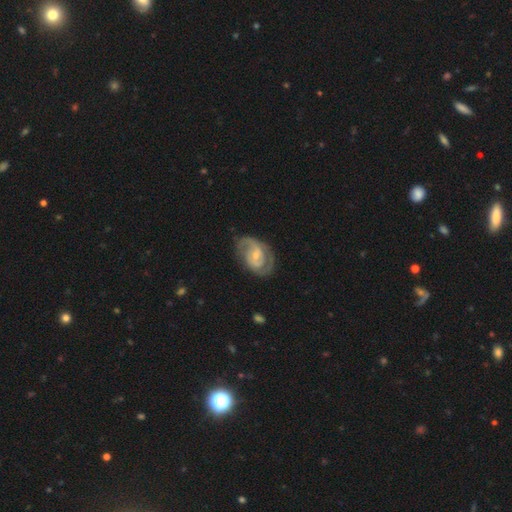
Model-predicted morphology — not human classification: Q: Smooth or featured?
A: featured or disk (82%); runner-up: smooth (14%)
Q: Edge-on disk?
A: no (97%); runner-up: yes (3%)
Q: Bar?
A: weak (46%); runner-up: no (41%)
Q: Spiral arms?
A: yes (91%); runner-up: no (9%)
Q: Spiral winding?
A: medium (47%); runner-up: tight (38%)
Q: Spiral arm count?
A: 2 (79%); runner-up: can't tell (11%)
Q: Bulge size?
A: small (58%); runner-up: moderate (36%)
Q: Merging?
A: none (71%); runner-up: minor disturbance (19%)